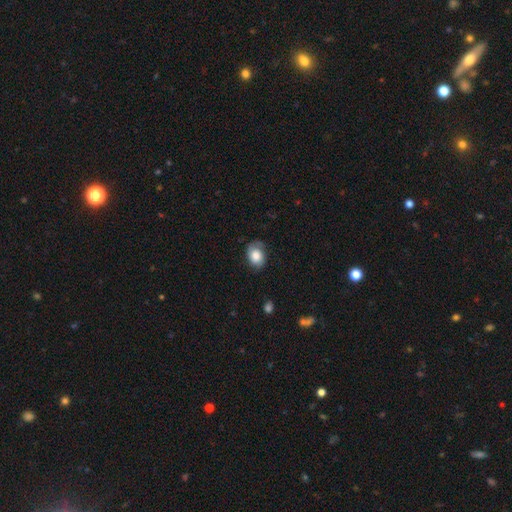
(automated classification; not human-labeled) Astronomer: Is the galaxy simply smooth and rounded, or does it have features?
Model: smooth — 63%.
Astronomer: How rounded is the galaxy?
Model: in between — 64%.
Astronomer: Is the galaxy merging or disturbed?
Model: none — 61%.